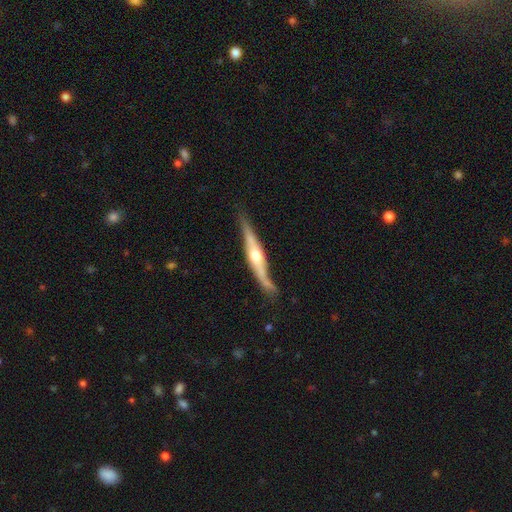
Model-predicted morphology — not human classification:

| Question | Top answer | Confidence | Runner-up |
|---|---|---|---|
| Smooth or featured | featured or disk | 74% | smooth (21%) |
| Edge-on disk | yes | 91% | no (9%) |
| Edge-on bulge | rounded | 86% | boxy (10%) |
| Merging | none | 68% | minor disturbance (22%) |